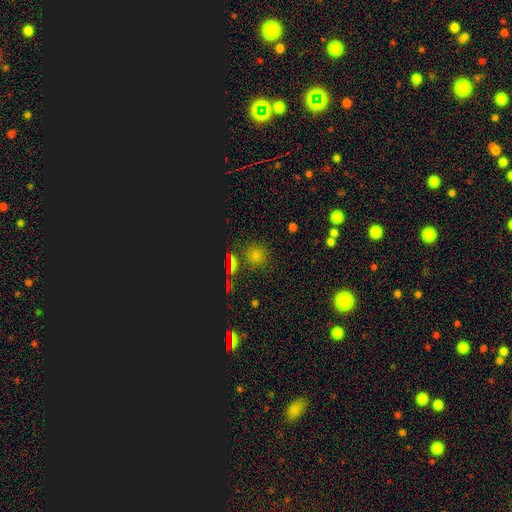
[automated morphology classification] Smooth or featured? smooth (61%)
How rounded? round (88%)
Merging? none (83%)